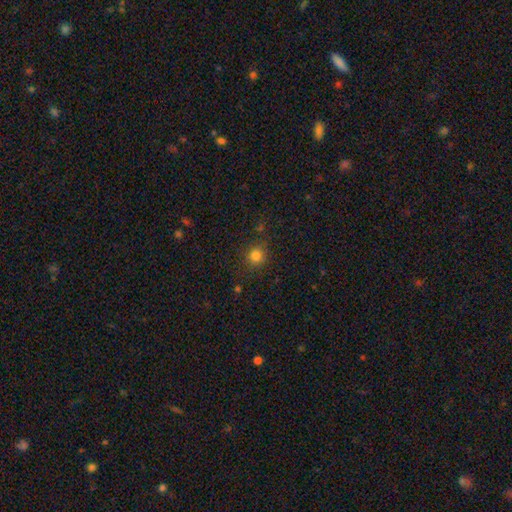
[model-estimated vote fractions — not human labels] Smooth or featured?
  - smooth: 81% *
  - star or artifact: 14%
  - featured or disk: 5%
How rounded?
  - round: 88% *
  - in between: 11%
  - cigar-shaped: 1%
Merging?
  - none: 84% *
  - minor disturbance: 10%
  - major disturbance: 4%
  - merger: 2%